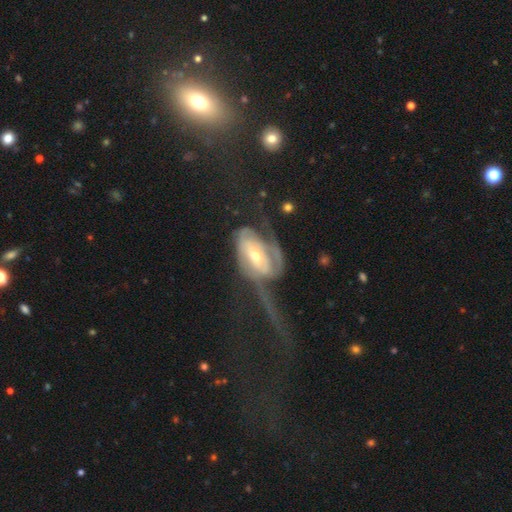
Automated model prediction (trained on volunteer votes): Smooth or featured?
  - featured or disk: 76% *
  - smooth: 17%
  - star or artifact: 7%
Edge-on disk?
  - no: 93% *
  - yes: 7%
Bar?
  - no: 40% *
  - weak: 36%
  - strong: 24%
Spiral arms?
  - yes: 80% *
  - no: 20%
Spiral winding?
  - medium: 35% *
  - tight: 33%
  - loose: 32%
Spiral arm count?
  - 2: 54% *
  - can't tell: 23%
  - 1: 13%
  - 3: 5%
  - 4: 2%
  - more than 4: 2%
Bulge size?
  - moderate: 53% *
  - small: 39%
  - large: 5%
  - none: 1%
  - dominant: 1%
Merging?
  - major disturbance: 57% *
  - none: 24%
  - minor disturbance: 14%
  - merger: 5%